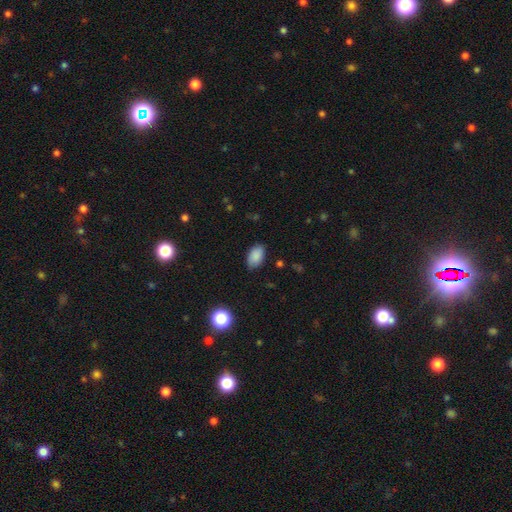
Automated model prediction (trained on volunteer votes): Smooth or featured? Predicted: smooth (p=0.88). How rounded? Predicted: in between (p=0.92). Merging? Predicted: none (p=0.84).